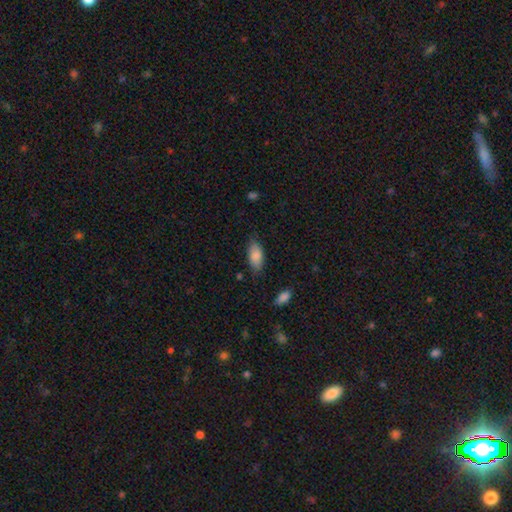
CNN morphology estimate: A smooth galaxy with no disk features (86%) that is in between round and cigar-shaped (90%).

Vote fractions:
- Smooth or featured? smooth: 86% / featured or disk: 8% / star or artifact: 7%
- How rounded? in between: 90% / cigar-shaped: 8% / round: 2%
- Merging? none: 75% / minor disturbance: 19% / major disturbance: 4% / merger: 2%